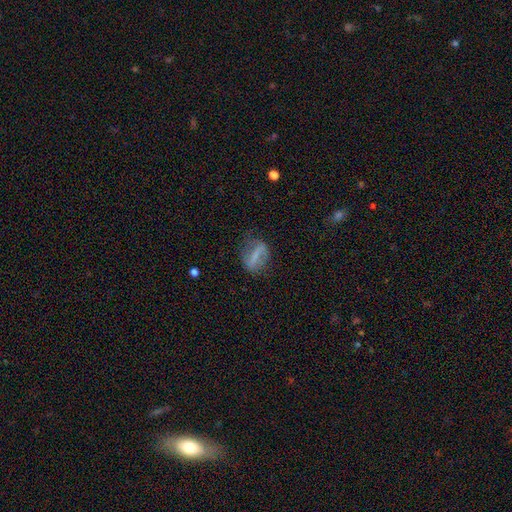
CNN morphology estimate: Smooth or featured?
  - smooth: 46% *
  - featured or disk: 44%
  - star or artifact: 10%
Merging?
  - none: 63% *
  - minor disturbance: 22%
  - major disturbance: 13%
  - merger: 2%